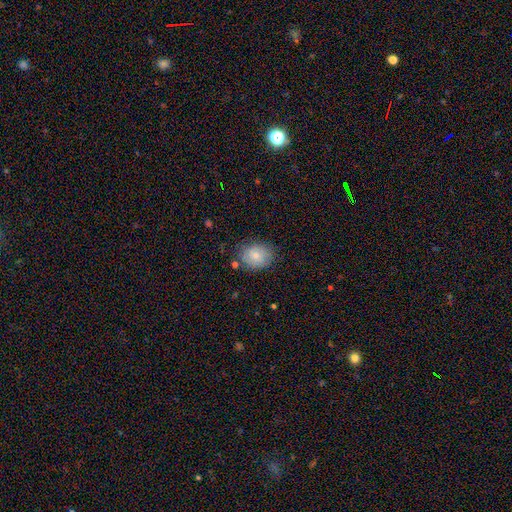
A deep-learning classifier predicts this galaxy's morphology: smooth 75%, featured or disk 17%, star or artifact 8%. Down the decision tree: how rounded — round (55%); merging — none (75%).